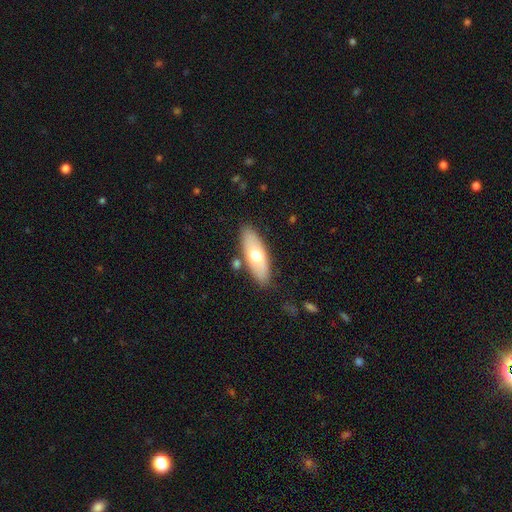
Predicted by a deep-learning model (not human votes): A smooth galaxy with no disk features (63%) that is in between round and cigar-shaped (71%). Merging: none (82%).